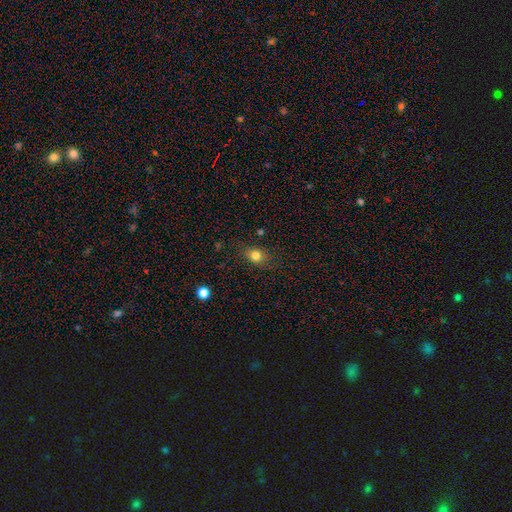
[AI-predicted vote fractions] The model was most divided on "how rounded": round: 57%, in between: 41%, cigar-shaped: 2%. More confident: merging — none (80%); smooth or featured — smooth (79%).